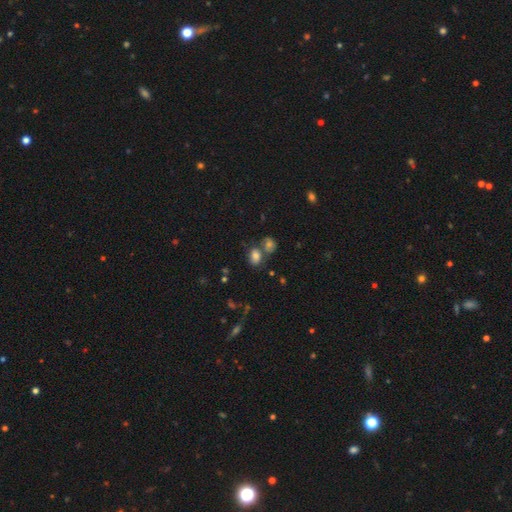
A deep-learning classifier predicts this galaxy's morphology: smooth-or-featured: smooth: 76% | star or artifact: 13% | featured or disk: 11%
  how-rounded: in between: 73% | round: 26% | cigar-shaped: 2%
  merging: none: 50% | merger: 34% | minor disturbance: 12% | major disturbance: 4%